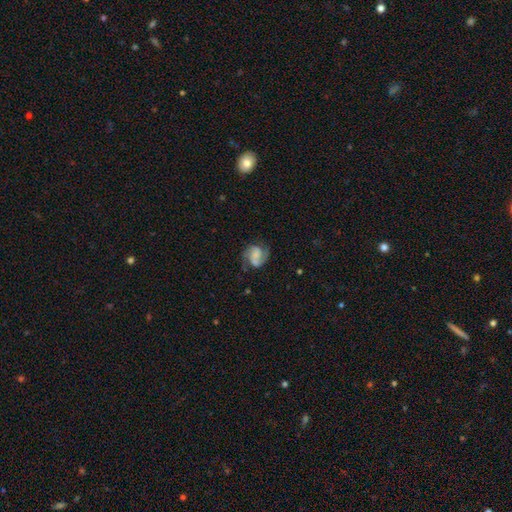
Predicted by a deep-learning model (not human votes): This appears to be a featured or disk galaxy (72%) with no bar (51%), 2 (86%) medium (49%) spiral arms (93%) and no central bulge (39%). Merging: none (66%).